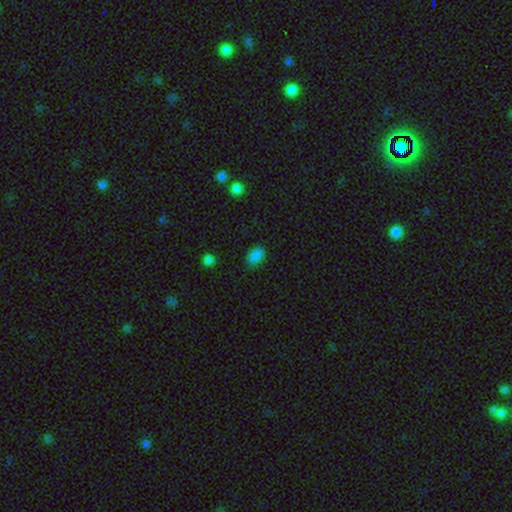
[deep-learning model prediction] This appears to be a smooth galaxy with no disk features (84%) that is in between round and cigar-shaped (82%). Merging: none (82%).